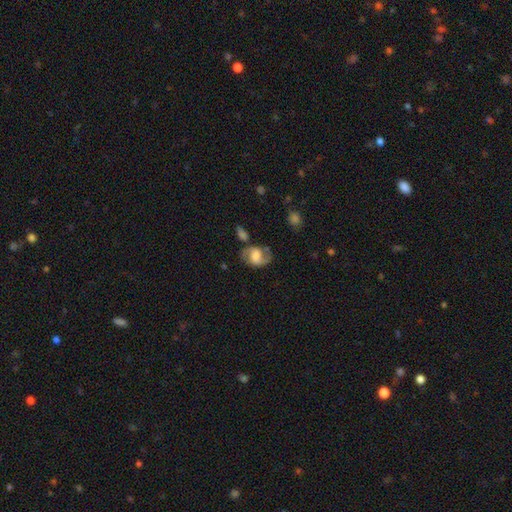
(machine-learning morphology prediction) This appears to be a featured or disk galaxy (62%) with a weak bar (44%), 2 (88%) medium (49%) spiral arms (85%) and a large central bulge (35%). Merging: none (65%).